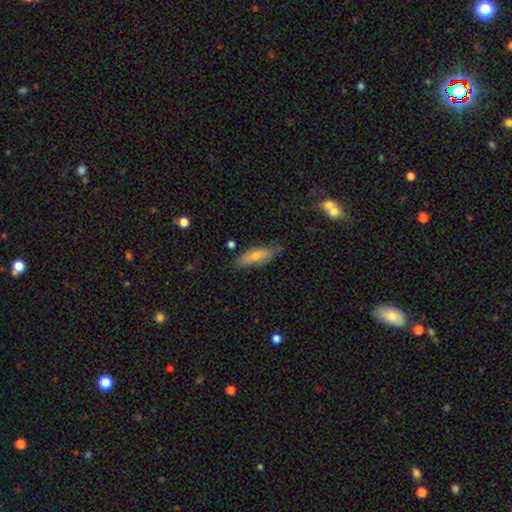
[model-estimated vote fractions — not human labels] A smooth galaxy with no disk features (60%) that is in between round and cigar-shaped (51%).

Vote fractions:
- Smooth or featured? smooth: 60% / featured or disk: 33% / star or artifact: 7%
- How rounded? in between: 51% / cigar-shaped: 46% / round: 3%
- Merging? none: 70% / minor disturbance: 23% / major disturbance: 4% / merger: 3%